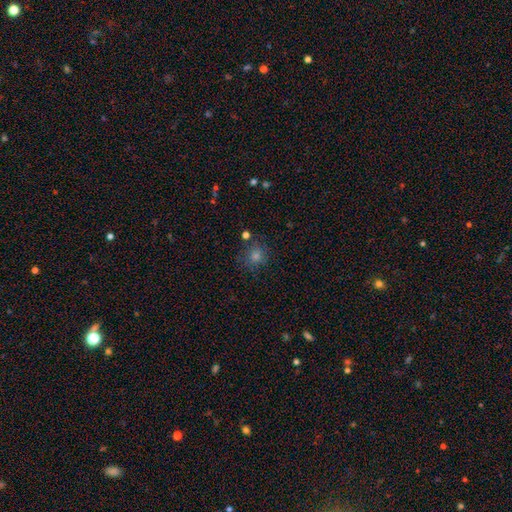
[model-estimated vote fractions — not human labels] This appears to be a smooth galaxy with no disk features (62%) that is round (89%). Merging: none (81%).